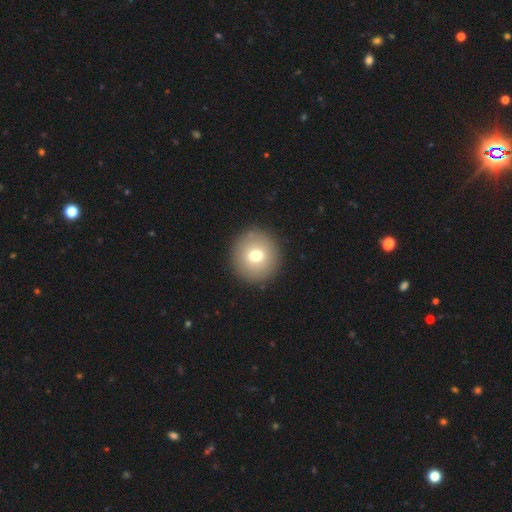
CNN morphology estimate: smooth_or_featured: smooth (p=0.72) [alt: featured or disk p=0.18]
how_rounded: round (p=0.93) [alt: in between p=0.06]
merging: none (p=0.90) [alt: minor disturbance p=0.06]